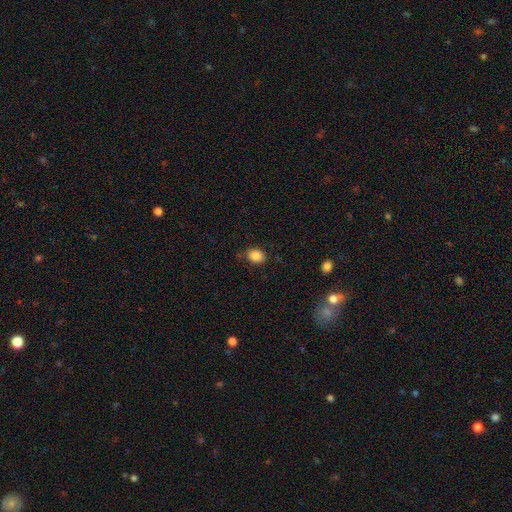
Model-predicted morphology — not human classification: Overall: smooth (87%). How rounded: in between (61%; round 38%). Merging: none (80%).